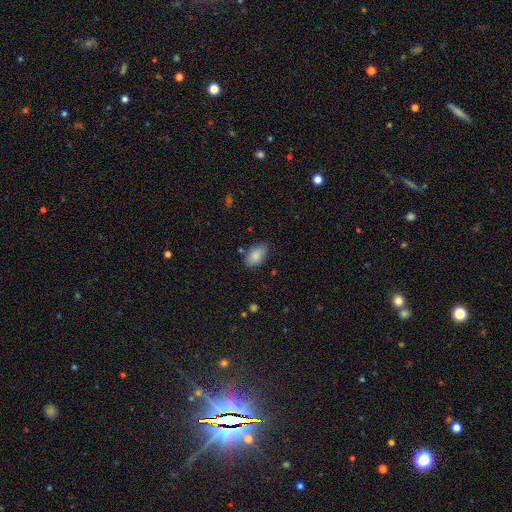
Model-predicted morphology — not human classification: This appears to be a smooth galaxy with no disk features (87%) that is in between round and cigar-shaped (92%). Merging: none (78%).